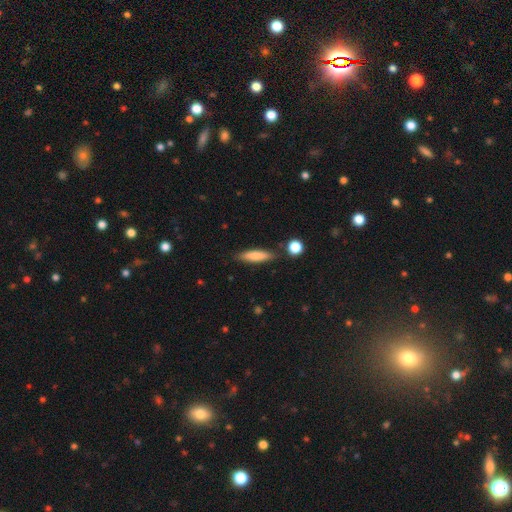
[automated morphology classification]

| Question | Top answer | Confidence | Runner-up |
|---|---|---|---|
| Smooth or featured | smooth | 79% | featured or disk (15%) |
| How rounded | cigar-shaped | 70% | in between (28%) |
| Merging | none | 81% | minor disturbance (12%) |